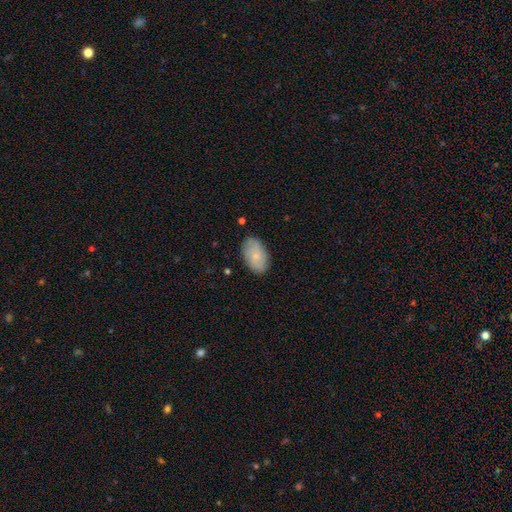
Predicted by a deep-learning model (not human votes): This appears to be a smooth galaxy with no disk features (75%) that is in between round and cigar-shaped (93%). Merging: none (85%).